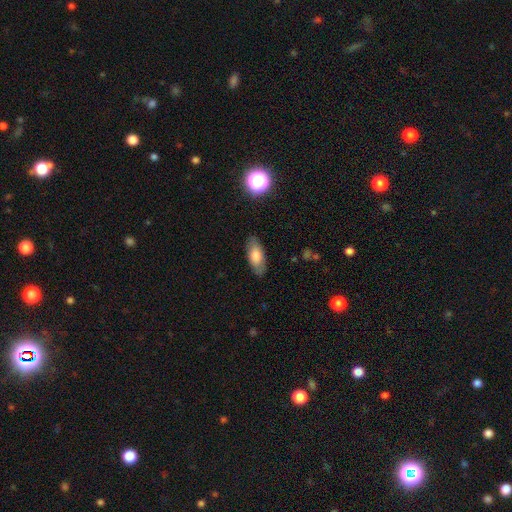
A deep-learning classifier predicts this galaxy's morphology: Smooth or featured? Predicted: smooth (p=0.71). How rounded? Predicted: in between (p=0.83). Merging? Predicted: none (p=0.82).